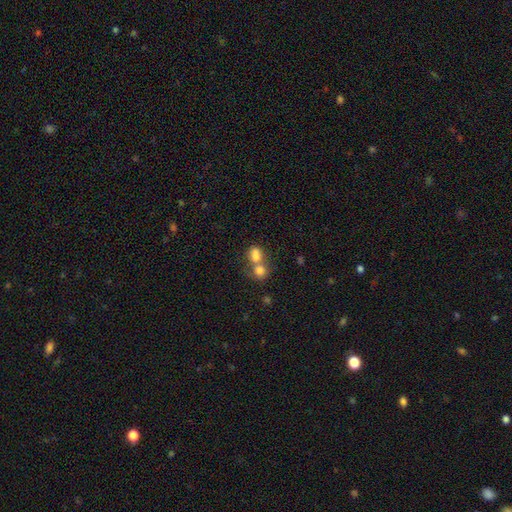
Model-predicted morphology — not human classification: type=smooth (77%); roundness=in between (54%); merging=merger (61%).